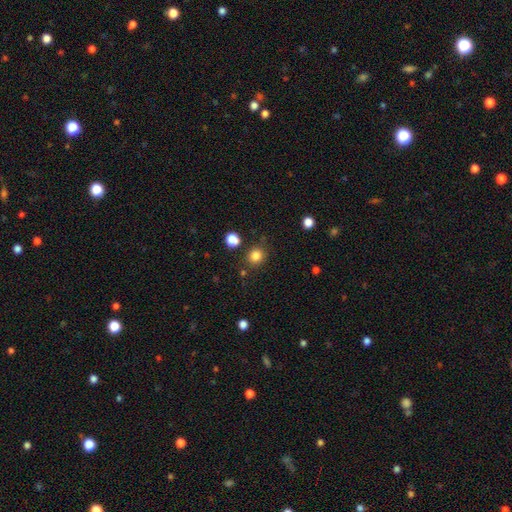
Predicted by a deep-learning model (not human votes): Q: Smooth or featured?
A: smooth (83%); runner-up: star or artifact (12%)
Q: How rounded?
A: round (83%); runner-up: in between (16%)
Q: Merging?
A: none (82%); runner-up: minor disturbance (10%)